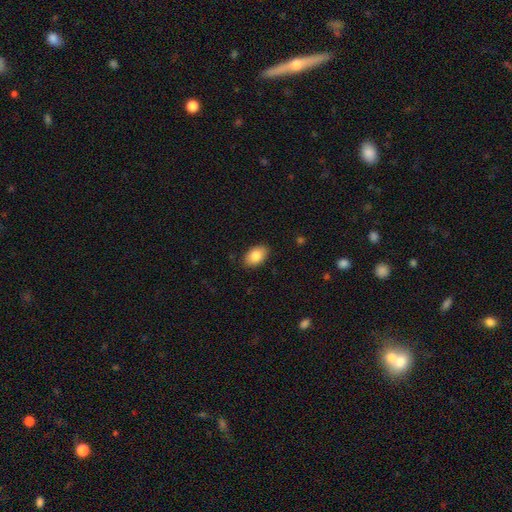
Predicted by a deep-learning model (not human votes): The model was most divided on "smooth or featured": smooth: 83%, featured or disk: 10%, star or artifact: 7%. More confident: how rounded — in between (89%); merging — none (88%).